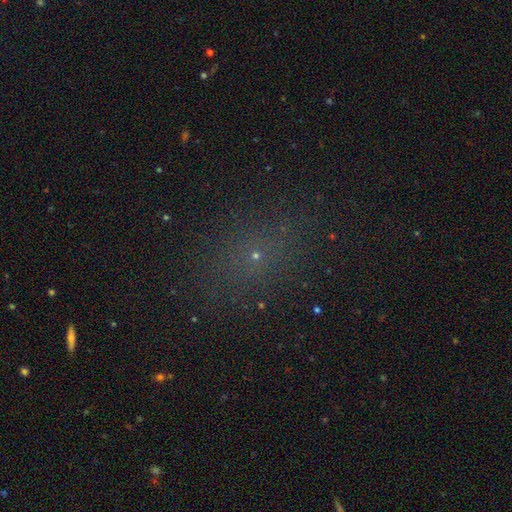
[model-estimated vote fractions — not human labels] A smooth galaxy with no disk features (49%).

Vote fractions:
- Smooth or featured? smooth: 49% / star or artifact: 38% / featured or disk: 13%
- Merging? none: 81% / minor disturbance: 12% / major disturbance: 6% / merger: 2%